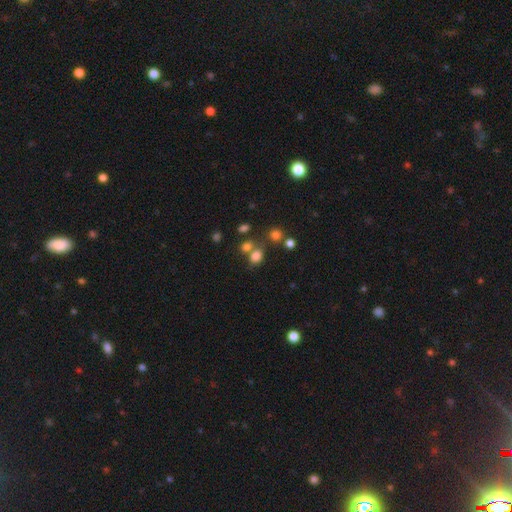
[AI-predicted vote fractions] A smooth galaxy with no disk features (75%) that is in between round and cigar-shaped (52%).

Vote fractions:
- Smooth or featured? smooth: 75% / star or artifact: 17% / featured or disk: 8%
- How rounded? in between: 52% / round: 47% / cigar-shaped: 1%
- Merging? none: 52% / merger: 29% / minor disturbance: 13% / major disturbance: 7%